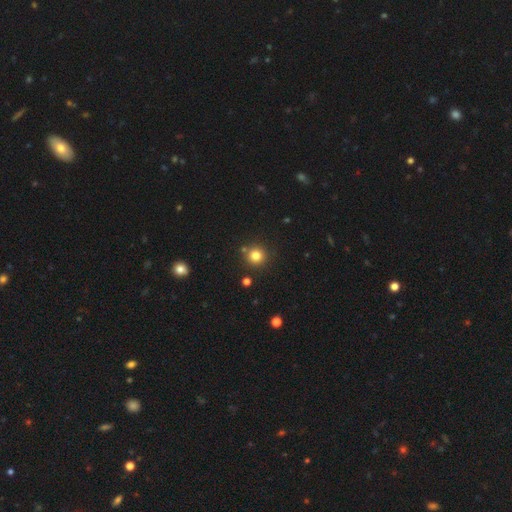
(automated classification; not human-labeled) Smooth or featured? smooth (81%)
How rounded? round (94%)
Merging? none (84%)